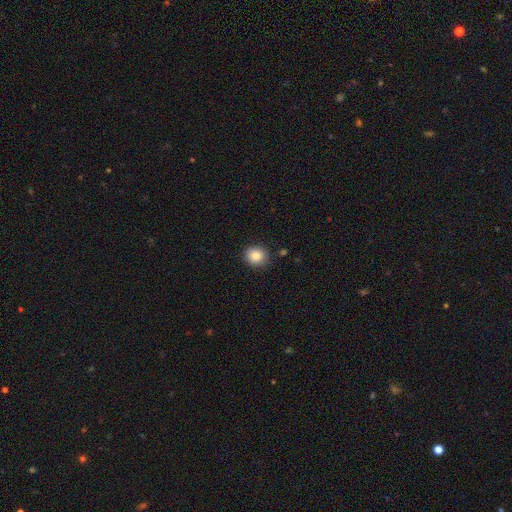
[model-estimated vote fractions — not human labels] A smooth galaxy with no disk features (85%) that is round (80%).

Vote fractions:
- Smooth or featured? smooth: 85% / star or artifact: 10% / featured or disk: 6%
- How rounded? round: 80% / in between: 19% / cigar-shaped: 1%
- Merging? none: 88% / minor disturbance: 9% / major disturbance: 2% / merger: 2%